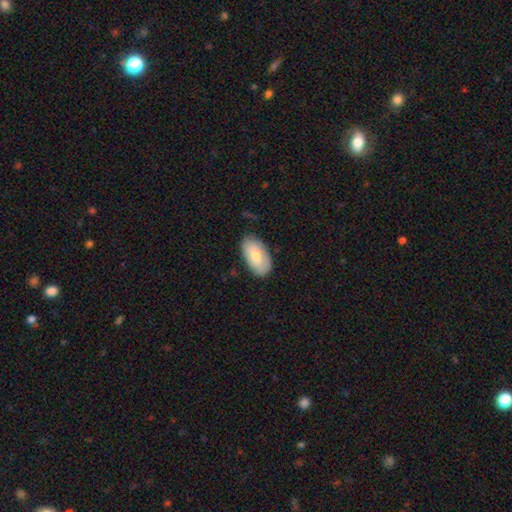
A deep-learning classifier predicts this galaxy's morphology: smooth 71%, featured or disk 23%, star or artifact 6%. Down the decision tree: how rounded — in between (95%); merging — none (78%).